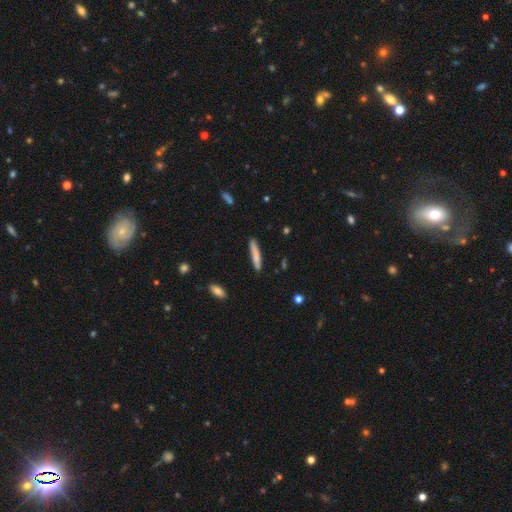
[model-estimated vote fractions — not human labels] smooth_or_featured: smooth (p=0.75) [alt: featured or disk p=0.19]
how_rounded: cigar-shaped (p=0.93) [alt: in between p=0.06]
merging: none (p=0.85) [alt: minor disturbance p=0.11]